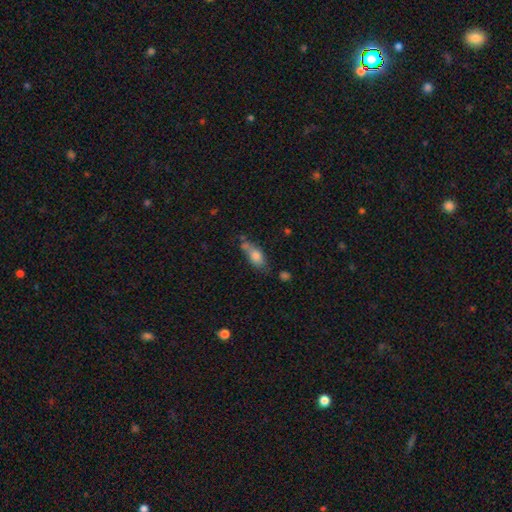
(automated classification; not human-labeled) A smooth galaxy with no disk features (75%) that is in between round and cigar-shaped (78%).

Vote fractions:
- Smooth or featured? smooth: 75% / featured or disk: 16% / star or artifact: 9%
- How rounded? in between: 78% / cigar-shaped: 16% / round: 6%
- Merging? none: 44% / minor disturbance: 27% / merger: 19% / major disturbance: 11%